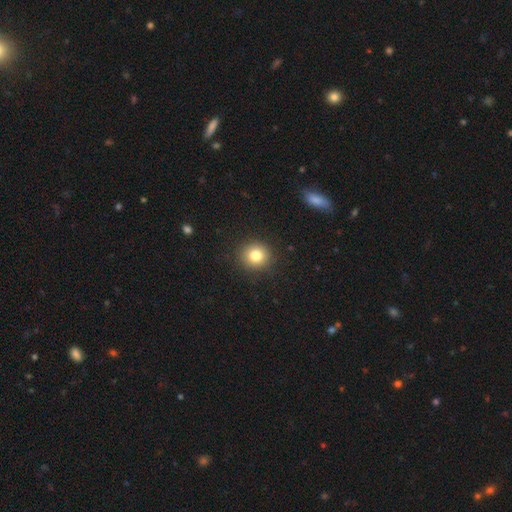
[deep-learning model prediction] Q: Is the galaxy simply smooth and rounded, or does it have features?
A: smooth — 81%.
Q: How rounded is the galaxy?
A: round — 89%.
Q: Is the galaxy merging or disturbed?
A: none — 90%.